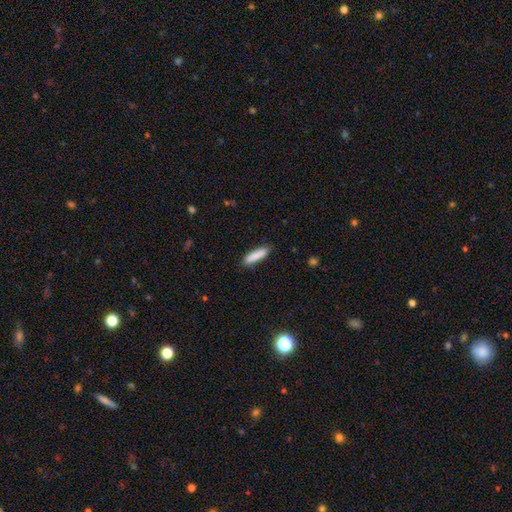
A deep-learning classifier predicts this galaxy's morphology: type=smooth (87%); roundness=cigar-shaped (75%); merging=none (84%).